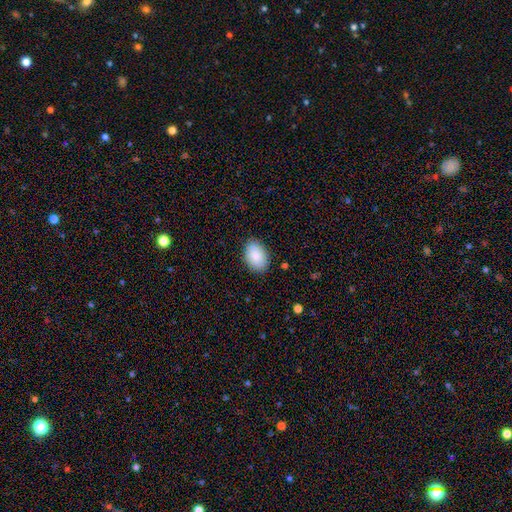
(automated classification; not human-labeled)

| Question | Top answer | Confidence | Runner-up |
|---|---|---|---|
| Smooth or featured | smooth | 88% | star or artifact (6%) |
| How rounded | in between | 89% | round (10%) |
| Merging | none | 87% | minor disturbance (10%) |